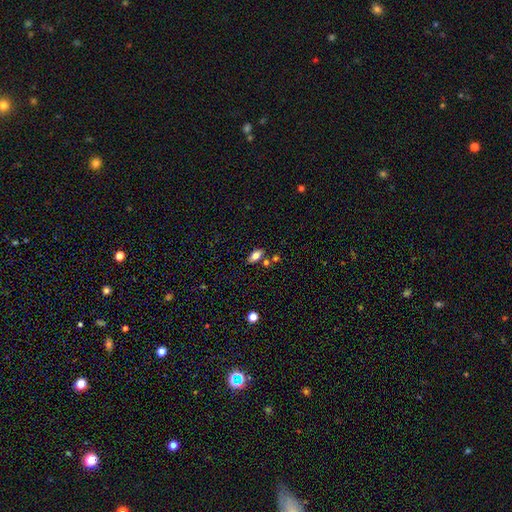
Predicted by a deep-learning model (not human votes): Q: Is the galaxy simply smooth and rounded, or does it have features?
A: smooth — 74%.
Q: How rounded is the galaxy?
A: in between — 87%.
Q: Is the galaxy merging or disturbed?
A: none — 75%.